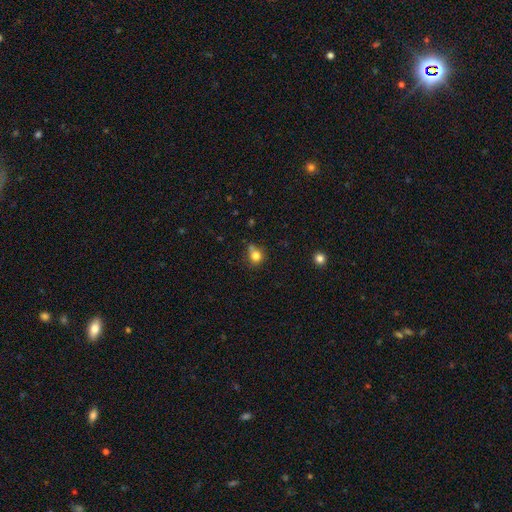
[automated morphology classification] Overall: smooth (80%). How rounded: round (77%). Merging: none (54%; minor disturbance 27%).